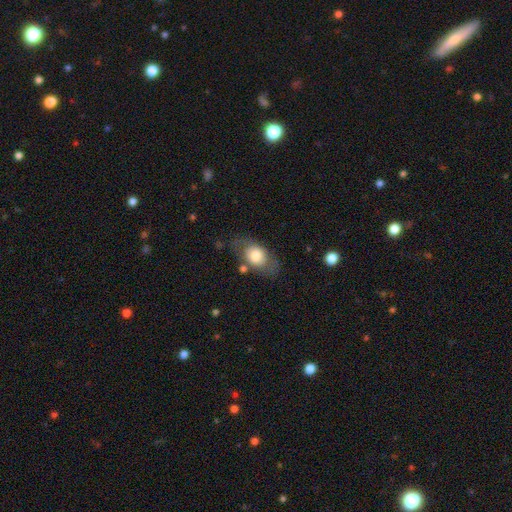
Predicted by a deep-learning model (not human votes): Q: Smooth or featured?
A: smooth (67%); runner-up: featured or disk (26%)
Q: How rounded?
A: in between (74%); runner-up: round (24%)
Q: Merging?
A: none (66%); runner-up: minor disturbance (19%)